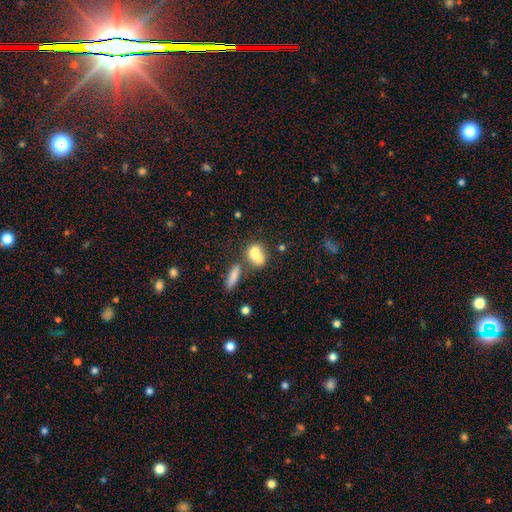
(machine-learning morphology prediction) Q: Smooth or featured?
A: smooth (74%); runner-up: featured or disk (15%)
Q: How rounded?
A: in between (66%); runner-up: round (26%)
Q: Merging?
A: merger (47%); runner-up: none (29%)